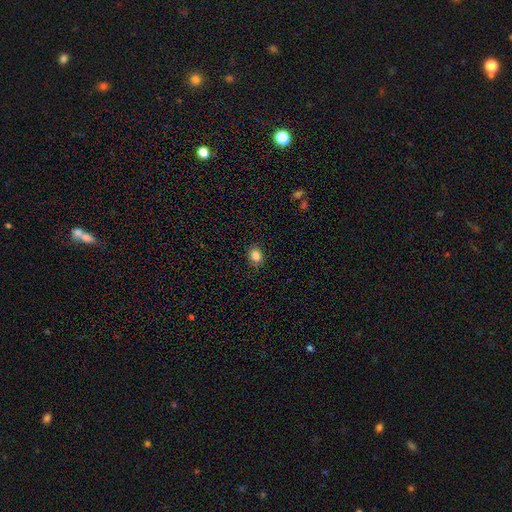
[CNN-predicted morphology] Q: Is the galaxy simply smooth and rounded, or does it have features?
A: smooth — 85%.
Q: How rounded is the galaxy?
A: round — 53%.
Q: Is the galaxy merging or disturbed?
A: none — 88%.